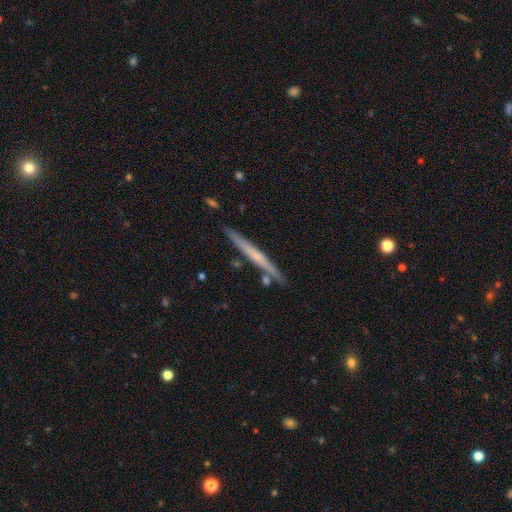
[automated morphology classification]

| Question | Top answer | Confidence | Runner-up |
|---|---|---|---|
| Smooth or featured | featured or disk | 56% | smooth (39%) |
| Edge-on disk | yes | 97% | no (3%) |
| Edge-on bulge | none | 68% | rounded (26%) |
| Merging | none | 86% | minor disturbance (9%) |